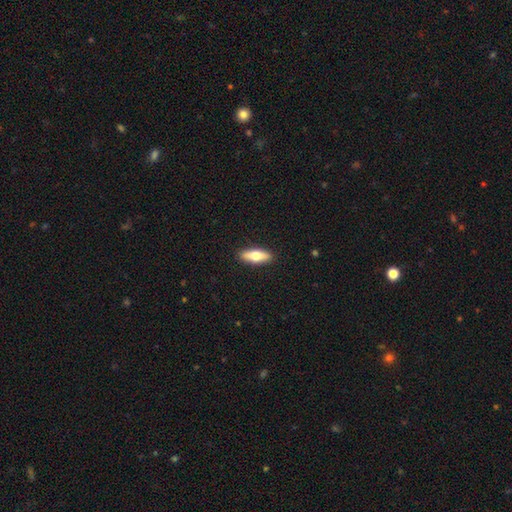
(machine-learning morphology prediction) smooth-or-featured: smooth: 64% | featured or disk: 30% | star or artifact: 6%
  how-rounded: in between: 57% | cigar-shaped: 40% | round: 3%
  merging: none: 91% | minor disturbance: 6% | major disturbance: 2% | merger: 1%